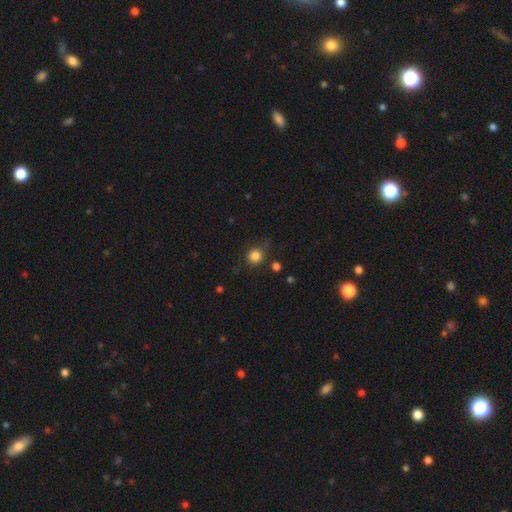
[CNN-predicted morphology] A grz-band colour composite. It shows a smooth galaxy with no disk features (83%) that is round (88%). Merging: none (79%).